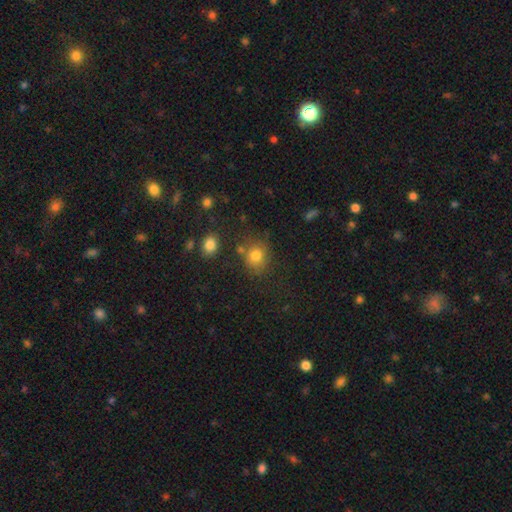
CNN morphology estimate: Smooth or featured: smooth — 78% (star or artifact — 14%)
How rounded: round — 77% (in between — 22%)
Merging: none — 70% (minor disturbance — 15%)